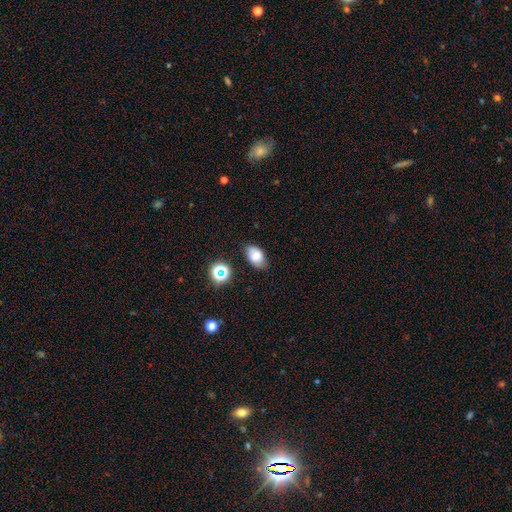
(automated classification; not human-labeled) Smooth or featured: smooth — 69% (featured or disk — 19%)
How rounded: in between — 87% (round — 12%)
Merging: none — 74% (minor disturbance — 20%)